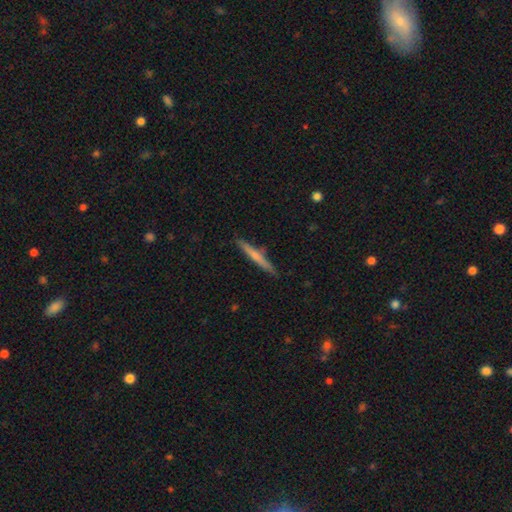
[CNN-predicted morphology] type=smooth (54%); roundness=cigar-shaped (96%); merging=none (87%).